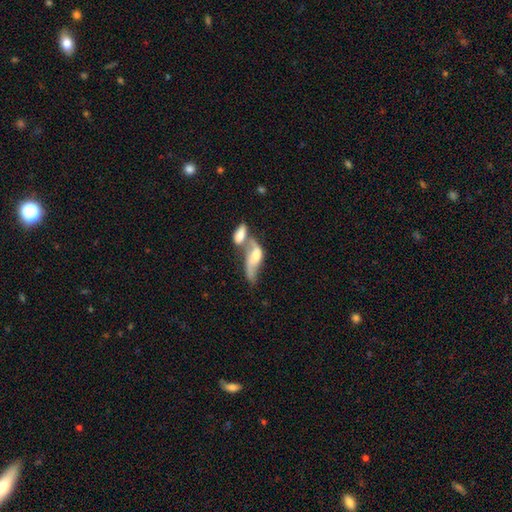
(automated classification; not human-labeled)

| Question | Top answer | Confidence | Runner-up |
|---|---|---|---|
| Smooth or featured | featured or disk | 49% | smooth (43%) |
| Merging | merger | 69% | major disturbance (12%) |